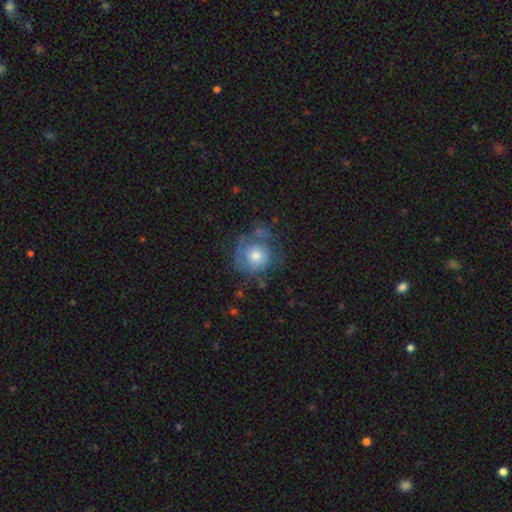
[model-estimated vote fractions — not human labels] A smooth galaxy with no disk features (56%) that is round (87%). Merging: none (52%).